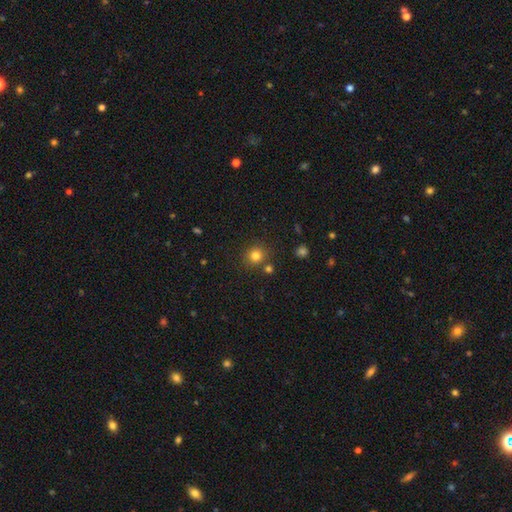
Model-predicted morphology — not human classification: Smooth or featured?
  - smooth: 81% *
  - star or artifact: 13%
  - featured or disk: 6%
How rounded?
  - round: 88% *
  - in between: 11%
  - cigar-shaped: 1%
Merging?
  - none: 80% *
  - minor disturbance: 9%
  - merger: 8%
  - major disturbance: 3%